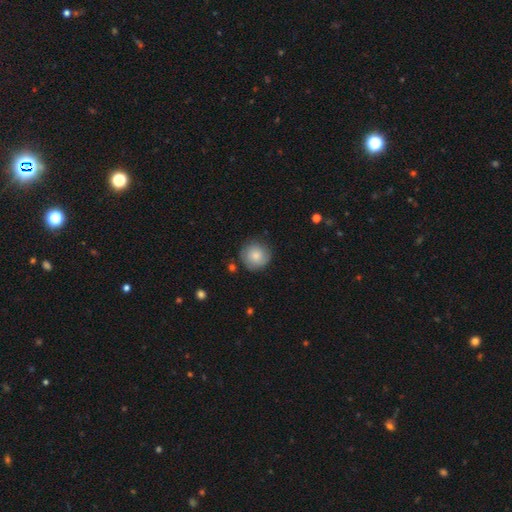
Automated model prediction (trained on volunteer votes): Smooth or featured: smooth — 81% (featured or disk — 12%)
How rounded: round — 94% (in between — 5%)
Merging: none — 81% (minor disturbance — 14%)